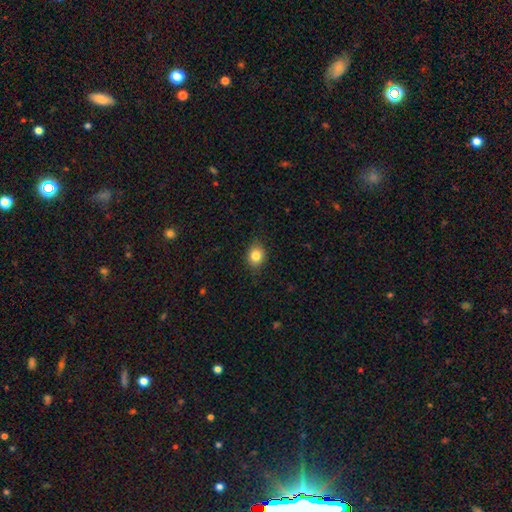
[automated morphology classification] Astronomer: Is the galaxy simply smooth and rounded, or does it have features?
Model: smooth — 82%.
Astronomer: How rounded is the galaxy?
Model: round — 53% (runner-up: in between, 45%).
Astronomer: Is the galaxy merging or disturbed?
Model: none — 83%.